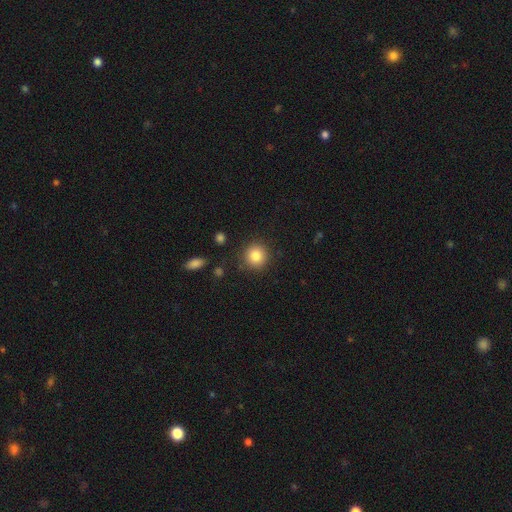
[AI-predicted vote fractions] Overall: smooth (84%). How rounded: round (92%). Merging: none (87%).